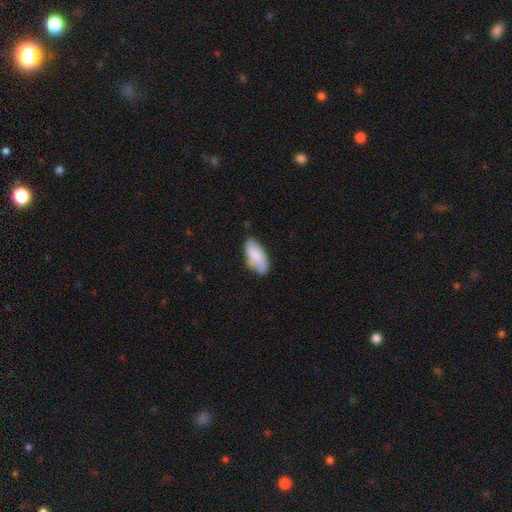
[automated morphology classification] Smooth or featured? Predicted: smooth (p=0.77). How rounded? Predicted: in between (p=0.90). Merging? Predicted: none (p=0.65).